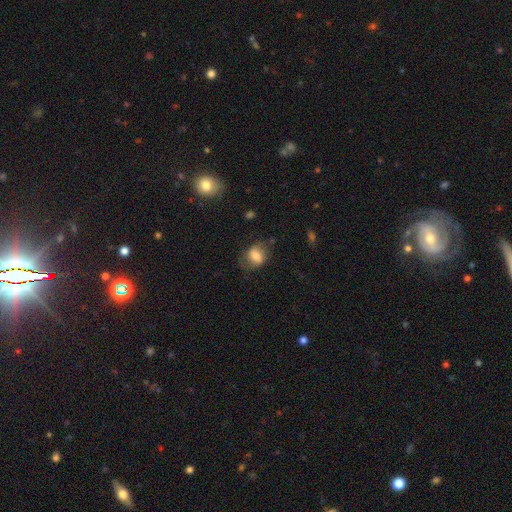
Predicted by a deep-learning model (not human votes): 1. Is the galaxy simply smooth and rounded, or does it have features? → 70% smooth, 21% featured or disk, 9% star or artifact.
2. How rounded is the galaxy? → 56% in between, 43% round, 1% cigar-shaped.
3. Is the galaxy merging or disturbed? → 62% none, 24% minor disturbance, 12% major disturbance, 2% merger.